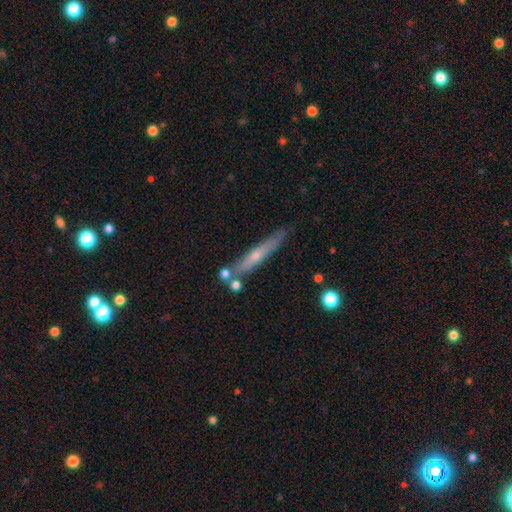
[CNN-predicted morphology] Q: Smooth or featured?
A: featured or disk (55%); runner-up: smooth (38%)
Q: Edge-on disk?
A: yes (91%); runner-up: no (9%)
Q: Merging?
A: none (77%); runner-up: minor disturbance (13%)